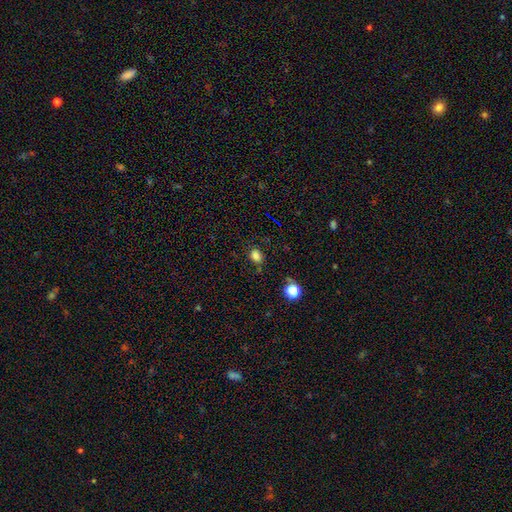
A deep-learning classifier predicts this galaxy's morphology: The model was most divided on "how rounded": in between: 66%, round: 32%, cigar-shaped: 1%. More confident: smooth or featured — smooth (81%); merging — none (74%).